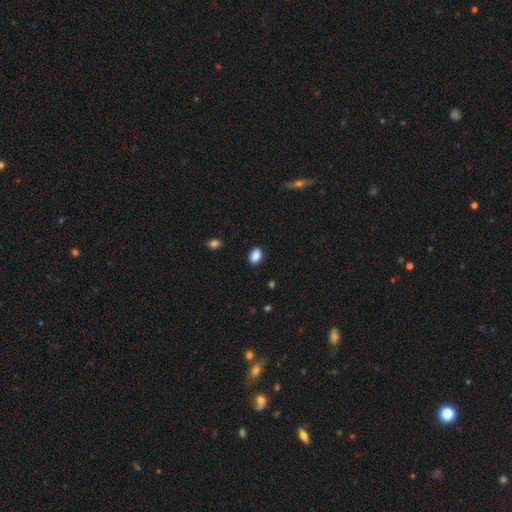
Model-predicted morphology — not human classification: smooth 88%, star or artifact 8%, featured or disk 3%. Down the decision tree: how rounded — in between (80%); merging — none (87%).